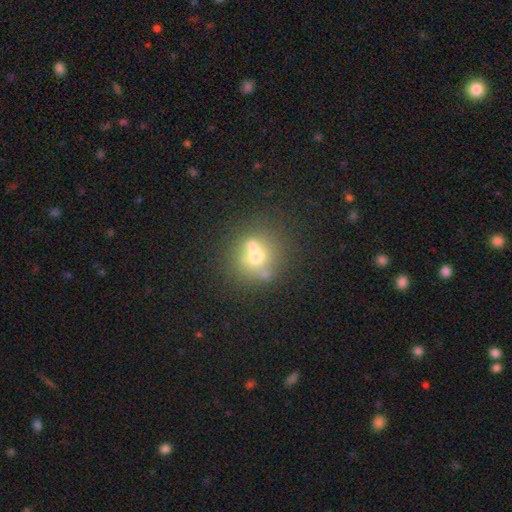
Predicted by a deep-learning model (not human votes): A smooth galaxy with no disk features (54%) that is round (83%). Merging: none (45%).